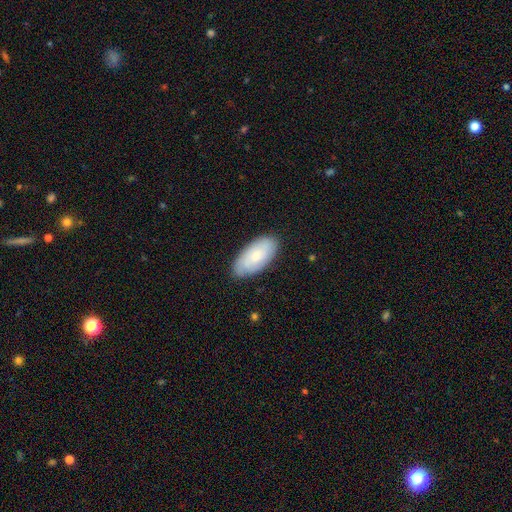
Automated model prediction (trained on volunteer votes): smooth-or-featured: smooth: 61% | featured or disk: 33% | star or artifact: 6%
  how-rounded: in between: 93% | cigar-shaped: 5% | round: 2%
  merging: none: 81% | minor disturbance: 15% | major disturbance: 3% | merger: 1%